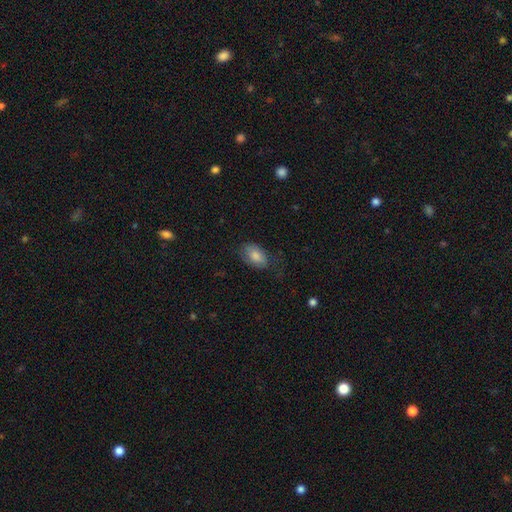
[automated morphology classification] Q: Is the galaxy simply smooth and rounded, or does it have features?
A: smooth — 80%.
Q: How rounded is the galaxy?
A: in between — 91%.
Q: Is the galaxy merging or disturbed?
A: none — 62%.